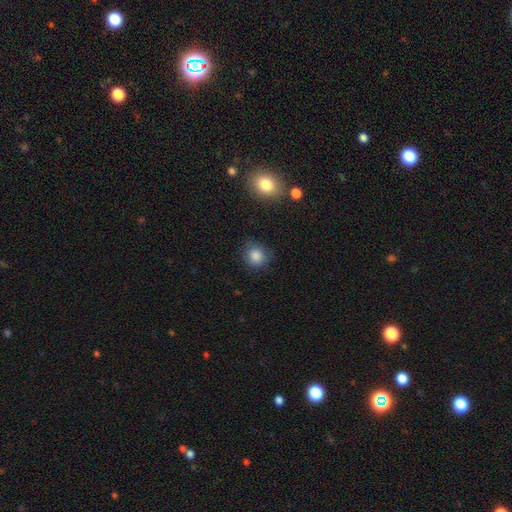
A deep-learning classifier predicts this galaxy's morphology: smooth-or-featured: smooth: 85% | star or artifact: 9% | featured or disk: 6%
  how-rounded: round: 80% | in between: 19% | cigar-shaped: 1%
  merging: none: 75% | minor disturbance: 19% | major disturbance: 4% | merger: 2%